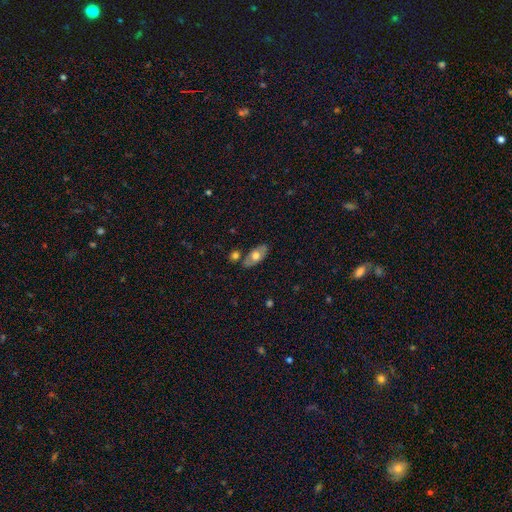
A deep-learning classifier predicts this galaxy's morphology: Smooth or featured: smooth — 56% (featured or disk — 38%)
How rounded: in between — 89% (cigar-shaped — 6%)
Merging: none — 75% (minor disturbance — 14%)